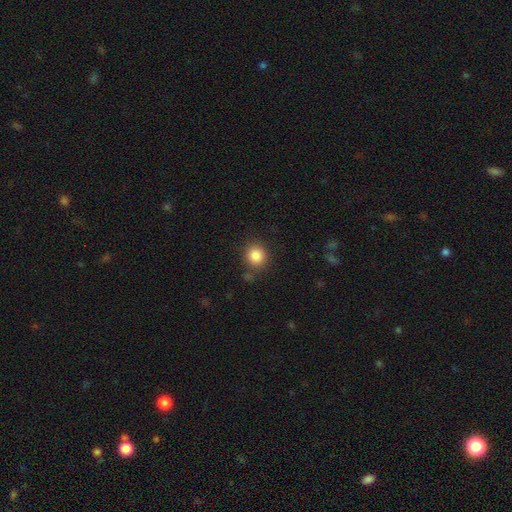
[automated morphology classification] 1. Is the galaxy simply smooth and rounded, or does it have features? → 86% smooth, 10% star or artifact, 4% featured or disk.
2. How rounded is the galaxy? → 87% round, 12% in between, 1% cigar-shaped.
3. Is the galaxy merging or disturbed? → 81% none, 11% minor disturbance, 4% merger, 4% major disturbance.